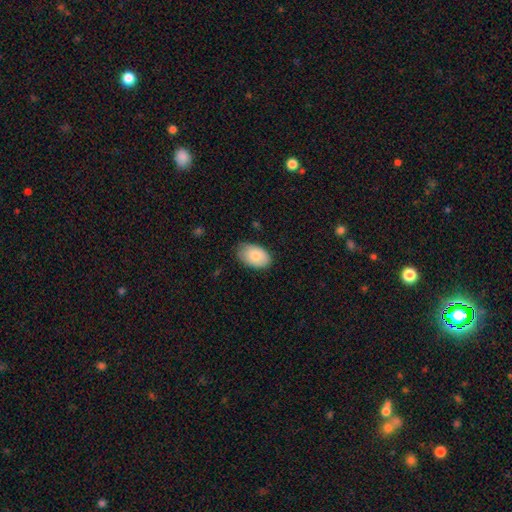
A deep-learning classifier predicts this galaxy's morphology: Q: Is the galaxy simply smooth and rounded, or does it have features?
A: smooth — 81%.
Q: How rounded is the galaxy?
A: in between — 91%.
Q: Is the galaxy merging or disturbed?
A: none — 74%.